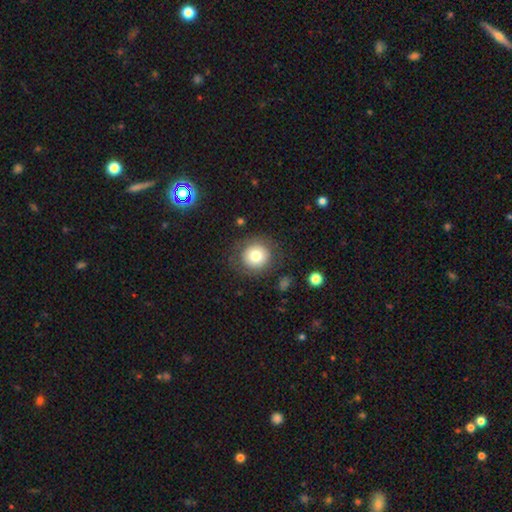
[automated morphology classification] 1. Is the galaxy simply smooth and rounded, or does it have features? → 77% smooth, 13% featured or disk, 10% star or artifact.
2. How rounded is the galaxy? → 93% round, 7% in between, 1% cigar-shaped.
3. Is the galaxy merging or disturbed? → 84% none, 10% minor disturbance, 5% major disturbance, 2% merger.